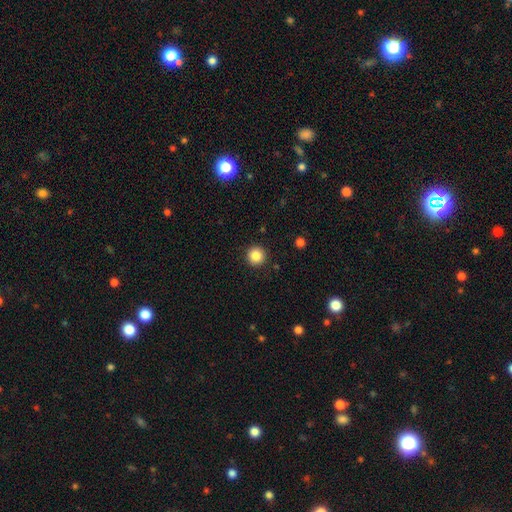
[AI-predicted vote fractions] Overall: smooth (86%). How rounded: round (95%). Merging: none (92%).